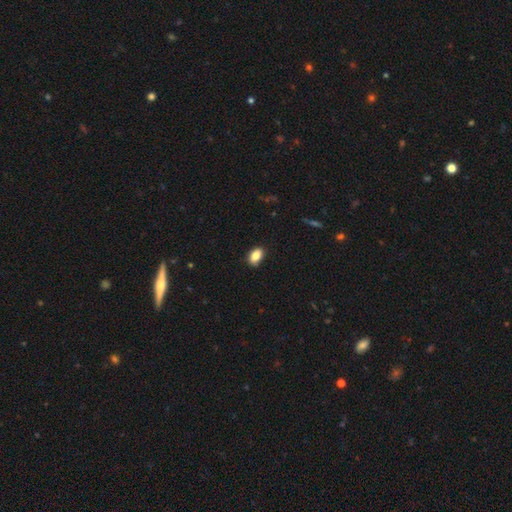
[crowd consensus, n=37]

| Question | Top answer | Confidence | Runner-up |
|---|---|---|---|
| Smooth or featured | smooth | 92% | featured or disk (5%) |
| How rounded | in between | 79% | round (21%) |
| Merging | none | 81% | minor disturbance (19%) |